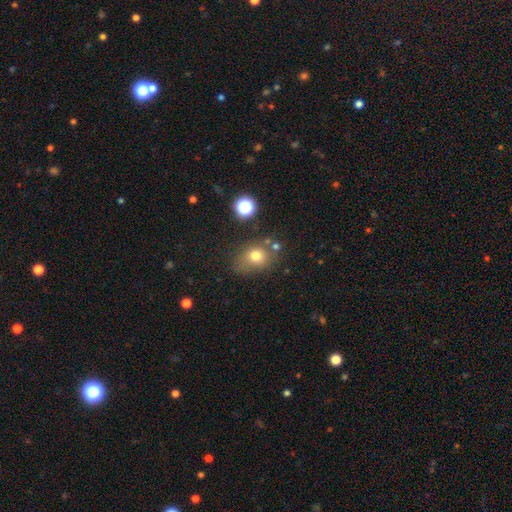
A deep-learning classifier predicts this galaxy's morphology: smooth_or_featured: smooth (p=0.73) [alt: star or artifact p=0.15]
how_rounded: round (p=0.50) [alt: in between p=0.49]
merging: none (p=0.64) [alt: minor disturbance p=0.19]